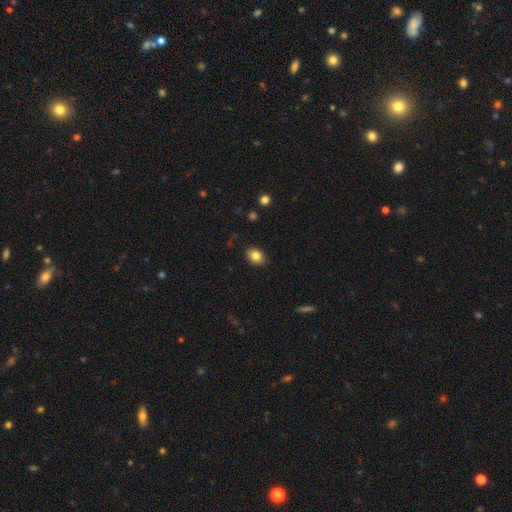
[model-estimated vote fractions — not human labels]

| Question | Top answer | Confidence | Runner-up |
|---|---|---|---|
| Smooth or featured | smooth | 82% | star or artifact (9%) |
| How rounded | in between | 72% | round (27%) |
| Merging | none | 85% | minor disturbance (12%) |